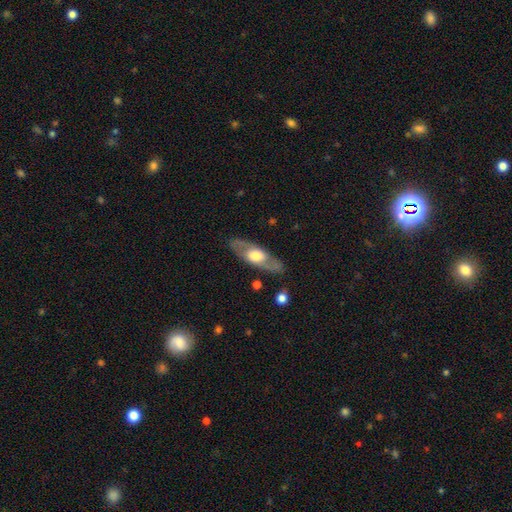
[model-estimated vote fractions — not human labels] featured or disk 61%, smooth 34%, star or artifact 5%. Down the decision tree: edge-on disk — no (66%); merging — none (83%).